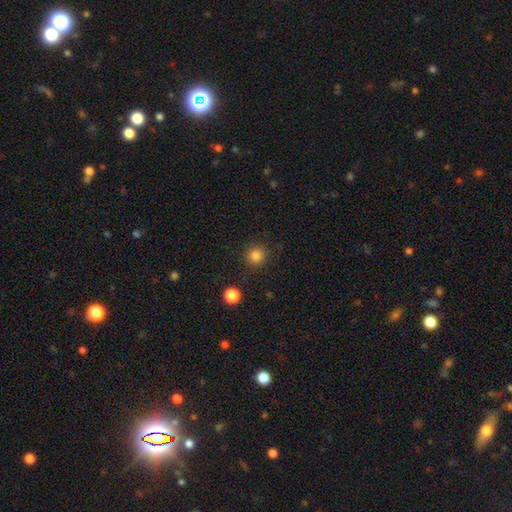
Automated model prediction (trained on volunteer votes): Overall: smooth (83%). How rounded: round (94%). Merging: none (89%).